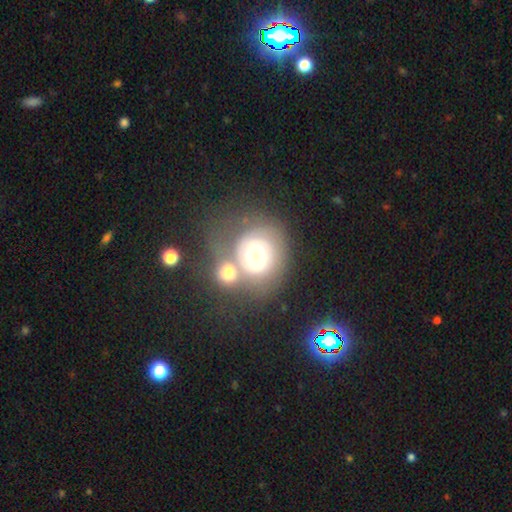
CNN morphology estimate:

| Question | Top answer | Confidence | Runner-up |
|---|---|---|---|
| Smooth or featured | featured or disk | 51% | smooth (40%) |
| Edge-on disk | no | 96% | yes (4%) |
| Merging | merger | 41% | none (34%) |